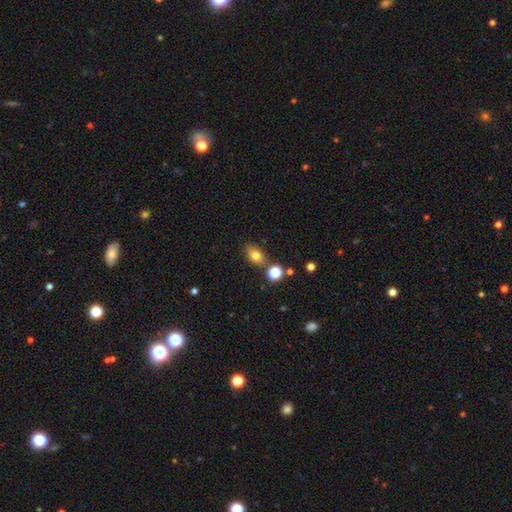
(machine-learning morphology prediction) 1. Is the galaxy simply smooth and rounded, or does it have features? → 78% smooth, 12% star or artifact, 10% featured or disk.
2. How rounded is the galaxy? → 73% in between, 25% round, 2% cigar-shaped.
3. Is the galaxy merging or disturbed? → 72% none, 14% minor disturbance, 11% merger, 4% major disturbance.